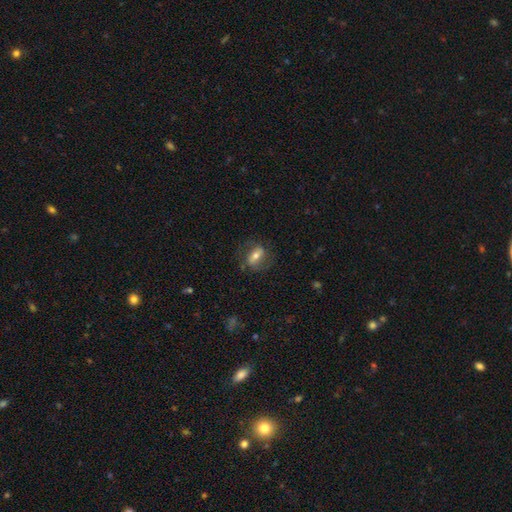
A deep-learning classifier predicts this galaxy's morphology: Q: Smooth or featured?
A: featured or disk (49%); runner-up: smooth (43%)
Q: Merging?
A: none (70%); runner-up: minor disturbance (18%)